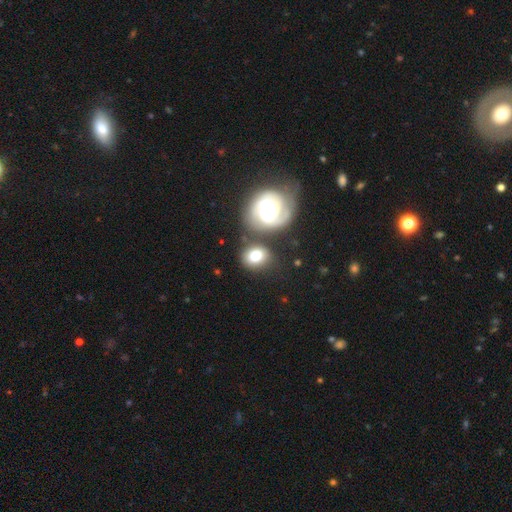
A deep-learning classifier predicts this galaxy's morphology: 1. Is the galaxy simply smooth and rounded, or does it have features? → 66% smooth, 27% featured or disk, 7% star or artifact.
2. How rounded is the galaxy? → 53% round, 45% in between, 1% cigar-shaped.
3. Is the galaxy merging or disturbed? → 66% none, 17% merger, 13% minor disturbance, 4% major disturbance.